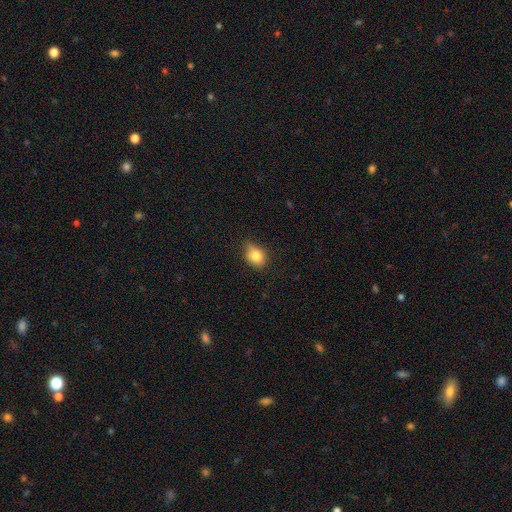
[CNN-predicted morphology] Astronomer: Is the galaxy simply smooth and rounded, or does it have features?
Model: smooth — 81%.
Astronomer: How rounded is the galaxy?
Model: in between — 54% (runner-up: round, 44%).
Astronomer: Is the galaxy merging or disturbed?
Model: none — 61%.